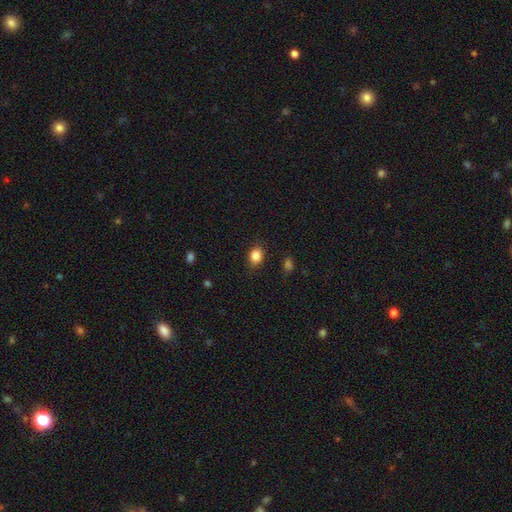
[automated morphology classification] A smooth galaxy with no disk features (85%) that is in between round and cigar-shaped (53%).

Vote fractions:
- Smooth or featured? smooth: 85% / star or artifact: 10% / featured or disk: 5%
- How rounded? in between: 53% / round: 45% / cigar-shaped: 1%
- Merging? none: 83% / minor disturbance: 12% / major disturbance: 3% / merger: 1%